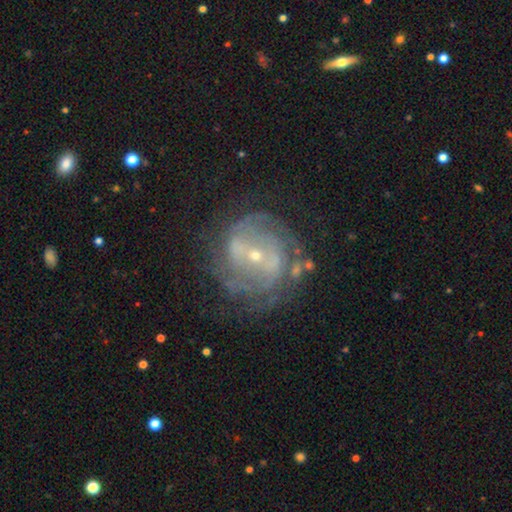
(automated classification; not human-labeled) smooth_or_featured: featured or disk (p=0.82) [alt: smooth p=0.09]
disk_edge_on: no (p=0.97) [alt: yes p=0.03]
bar: weak (p=0.43) [alt: no p=0.30]
has_spiral_arms: yes (p=0.87) [alt: no p=0.13]
spiral_winding: tight (p=0.54) [alt: medium p=0.35]
spiral_arm_count: can't tell (p=0.39) [alt: 2 p=0.30]
bulge_size: small (p=0.72) [alt: moderate p=0.24]
merging: none (p=0.67) [alt: minor disturbance p=0.17]